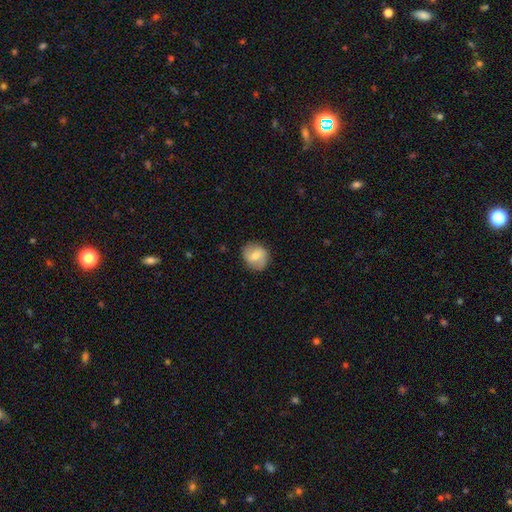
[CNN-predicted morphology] smooth-or-featured: smooth: 56% | featured or disk: 37% | star or artifact: 7%
  how-rounded: round: 75% | in between: 24% | cigar-shaped: 1%
  merging: none: 84% | minor disturbance: 12% | major disturbance: 3% | merger: 1%